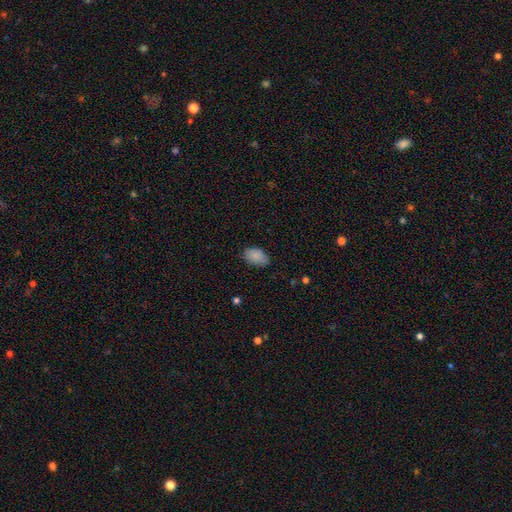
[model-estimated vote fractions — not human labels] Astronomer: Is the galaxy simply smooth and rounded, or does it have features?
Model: smooth — 87%.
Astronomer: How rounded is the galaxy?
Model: in between — 91%.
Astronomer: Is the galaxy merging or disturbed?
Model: none — 79%.